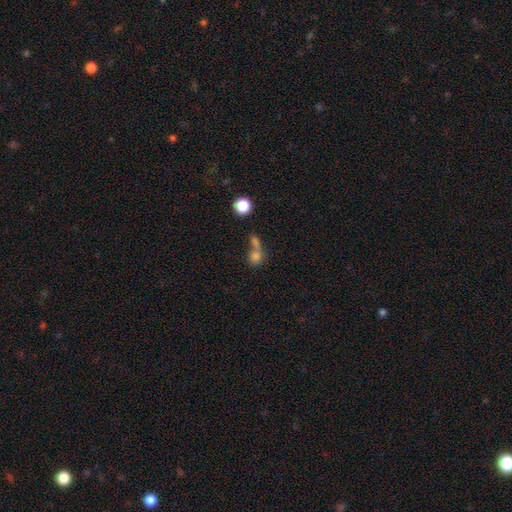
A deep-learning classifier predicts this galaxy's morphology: Overall: smooth (76%). How rounded: round (67%; in between 30%). Merging: merger (57%; none 29%).